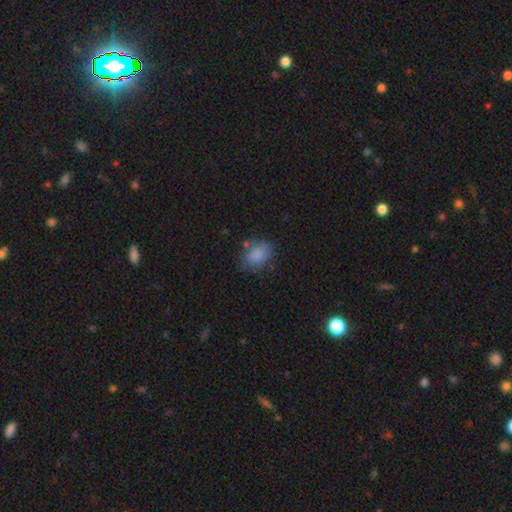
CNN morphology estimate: This appears to be a smooth galaxy with no disk features (83%) that is in between round and cigar-shaped (71%). Merging: none (71%).